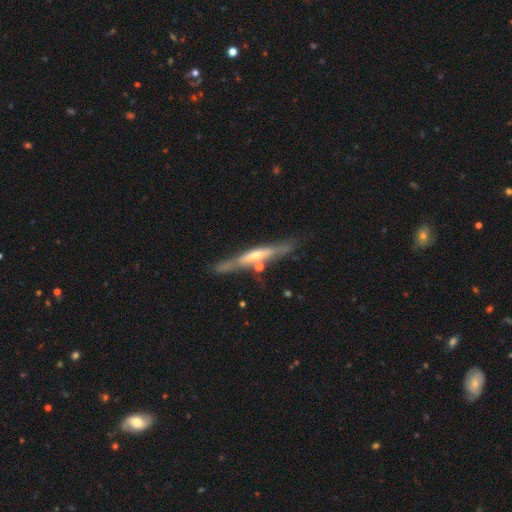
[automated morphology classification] This appears to be a featured or disk galaxy (70%) viewed edge-on (91%) with a rounded central bulge (57%). Merging: none (73%).